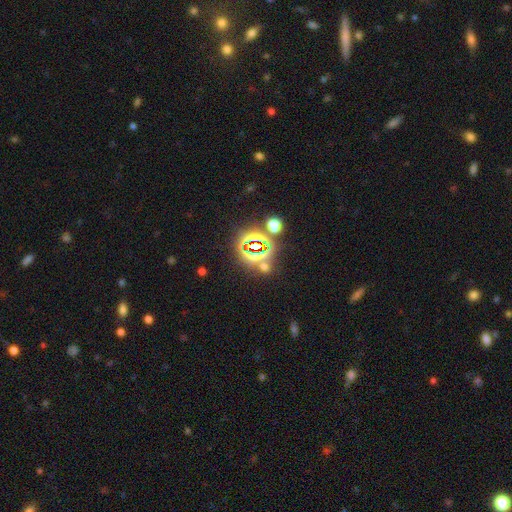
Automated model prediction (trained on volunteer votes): Smooth or featured? star or artifact (76%)